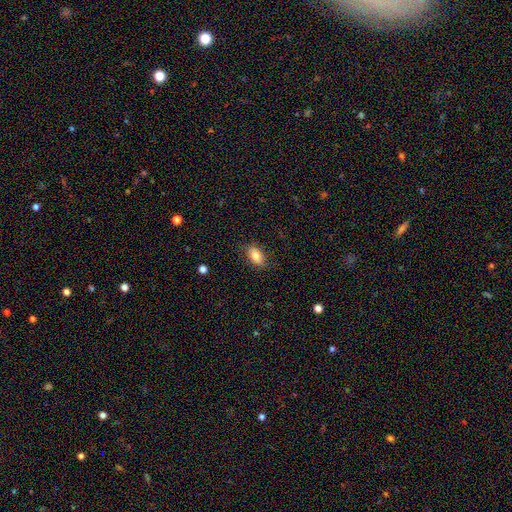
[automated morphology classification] smooth-or-featured: smooth: 79% | featured or disk: 13% | star or artifact: 8%
  how-rounded: in between: 89% | round: 9% | cigar-shaped: 2%
  merging: none: 80% | minor disturbance: 15% | major disturbance: 4% | merger: 1%